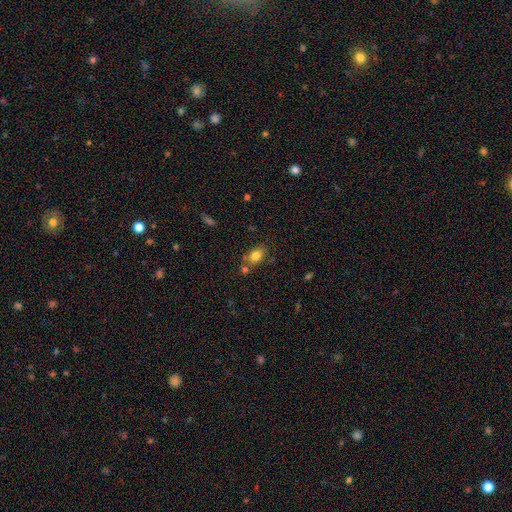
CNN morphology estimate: Smooth or featured? Predicted: smooth (p=0.80). How rounded? Predicted: in between (p=0.72). Merging? Predicted: none (p=0.65).